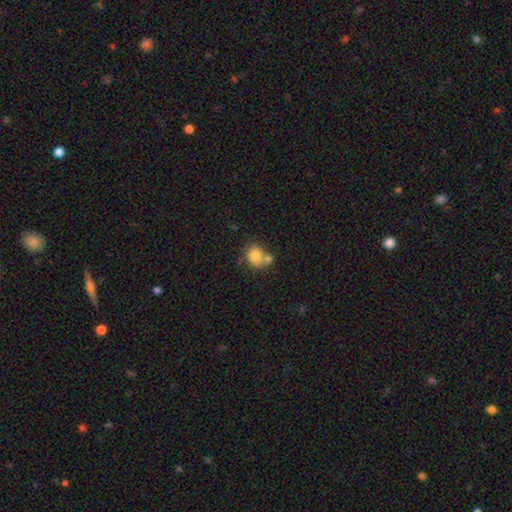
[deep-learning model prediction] This is clearly a smooth galaxy (80%). How rounded: likely round (74%). Merging: marginally none (44%).